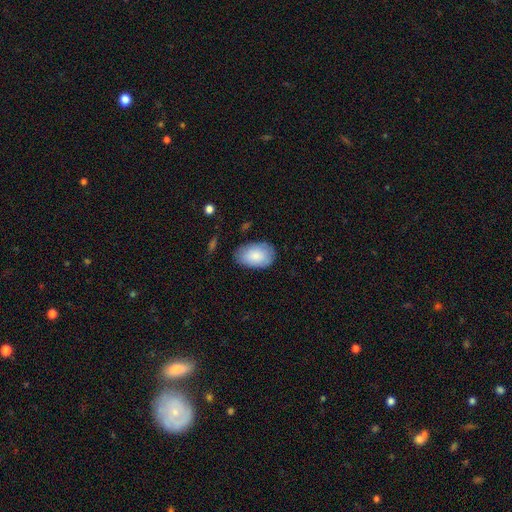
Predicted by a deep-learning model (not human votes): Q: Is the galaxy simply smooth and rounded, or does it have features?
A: smooth — 85%.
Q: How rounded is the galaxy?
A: in between — 92%.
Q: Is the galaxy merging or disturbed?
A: none — 79%.